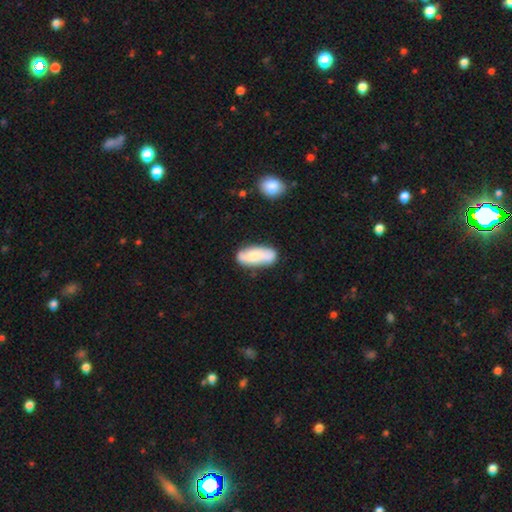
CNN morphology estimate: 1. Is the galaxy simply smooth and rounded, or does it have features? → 64% smooth, 29% featured or disk, 7% star or artifact.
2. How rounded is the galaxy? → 79% in between, 19% cigar-shaped, 3% round.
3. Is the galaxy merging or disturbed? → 67% none, 21% minor disturbance, 7% merger, 5% major disturbance.